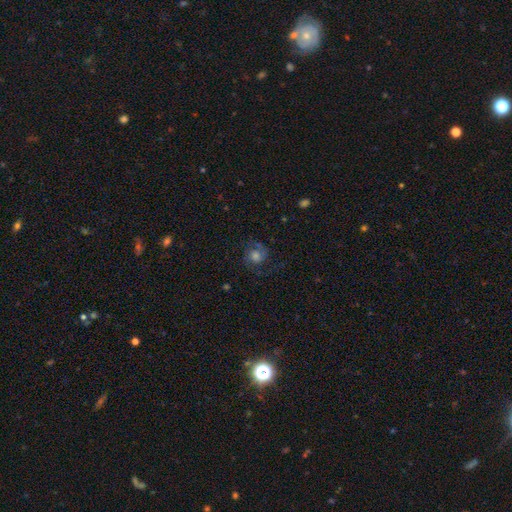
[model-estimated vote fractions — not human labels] A featured or disk galaxy (57%) with no bar (71%), 2 (76%) medium (48%) spiral arms (91%) and a moderate central bulge (45%). Merging: none (70%).